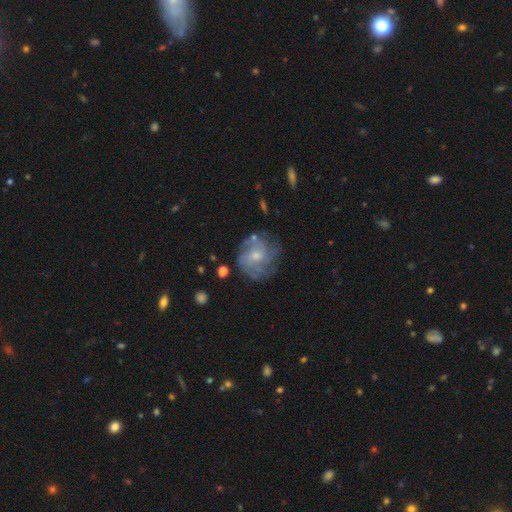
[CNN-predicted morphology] A featured or disk galaxy (69%) with no bar (71%), tight (42%) spiral arms (83%) and a small central bulge (56%).

Vote fractions:
- Smooth or featured? featured or disk: 69% / smooth: 22% / star or artifact: 9%
- Edge-on disk? no: 98% / yes: 2%
- Bar? no: 71% / weak: 26% / strong: 3%
- Spiral arms? yes: 83% / no: 17%
- Spiral winding? tight: 42% / medium: 39% / loose: 19%
- Spiral arm count? can't tell: 41% / 4: 19% / 3: 15% / 2: 10% / more than 4: 9% / 1: 6%
- Bulge size? small: 56% / moderate: 37% / none: 3% / large: 2% / dominant: 1%
- Merging? none: 69% / minor disturbance: 18% / major disturbance: 10% / merger: 3%